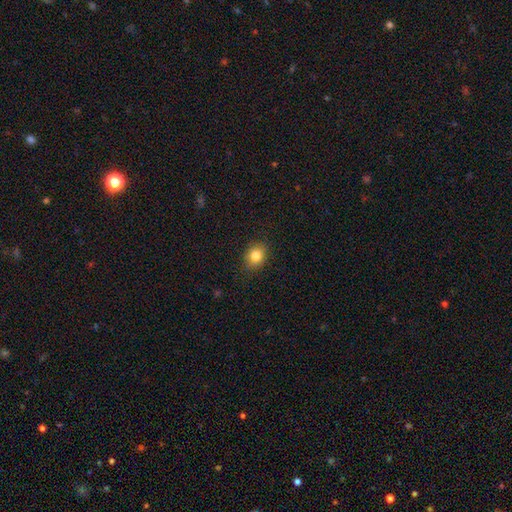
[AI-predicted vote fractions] Overall: smooth (83%). How rounded: round (53%; in between 46%). Merging: none (86%).